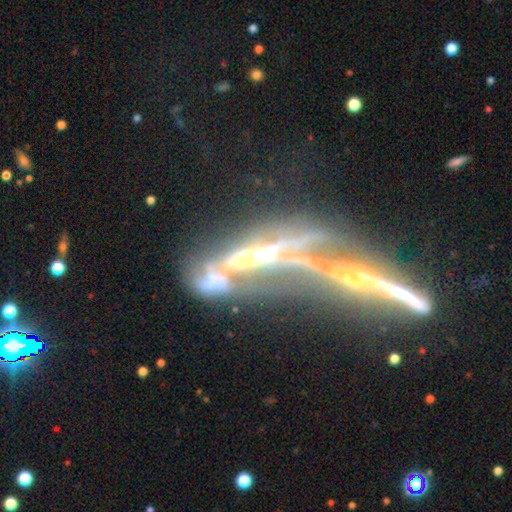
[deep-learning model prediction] Smooth or featured? Predicted: featured or disk (p=0.74). Edge-on disk? Predicted: yes (p=0.71). Edge-on bulge? Predicted: rounded (p=0.44). Merging? Predicted: merger (p=0.46).